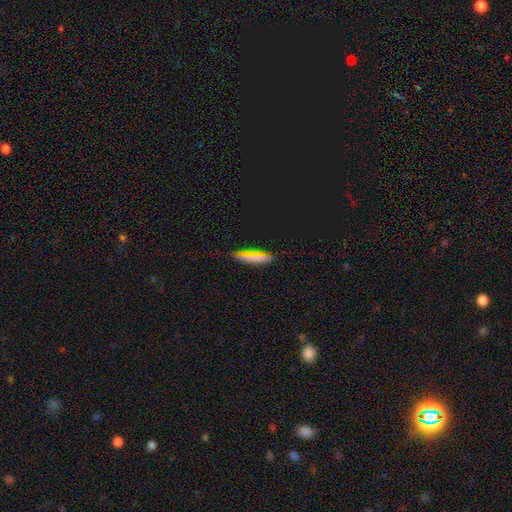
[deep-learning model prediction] A smooth galaxy with no disk features (65%) that is in between round and cigar-shaped (48%). Merging: none (84%).